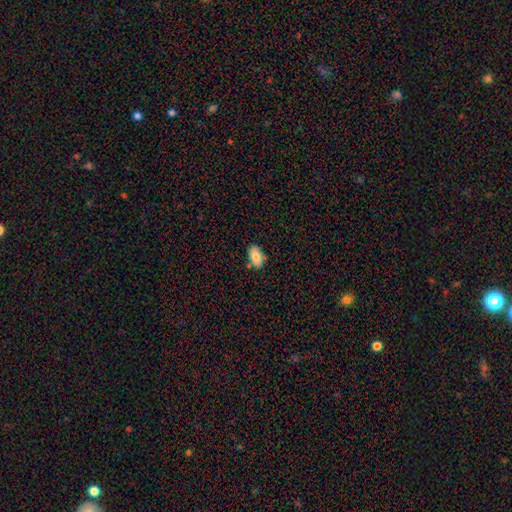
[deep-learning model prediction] smooth_or_featured: smooth (p=0.82) [alt: featured or disk p=0.11]
how_rounded: in between (p=0.92) [alt: round p=0.06]
merging: none (p=0.76) [alt: minor disturbance p=0.16]